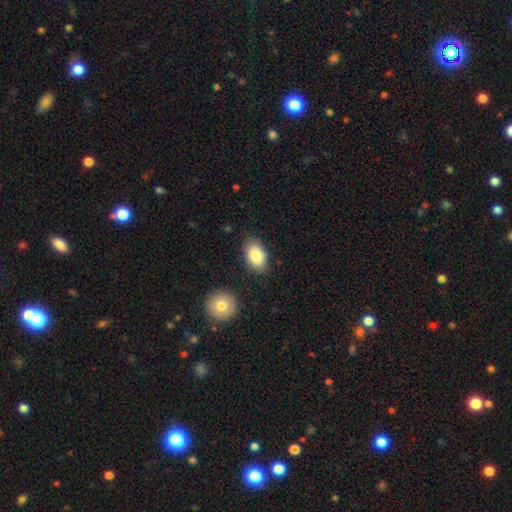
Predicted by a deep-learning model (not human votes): Smooth or featured? Predicted: smooth (p=0.84). How rounded? Predicted: in between (p=0.89). Merging? Predicted: none (p=0.81).